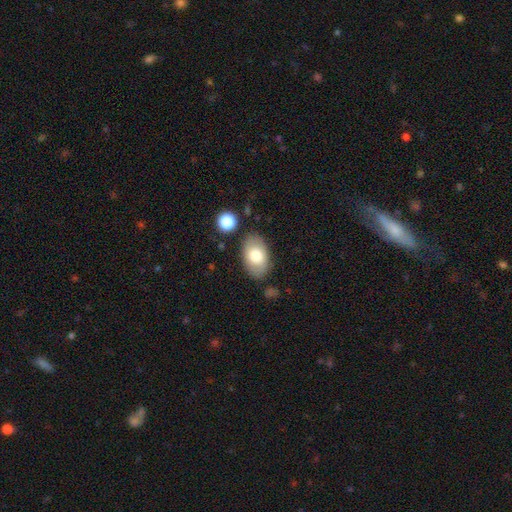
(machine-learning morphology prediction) Smooth or featured? Predicted: smooth (p=0.74). How rounded? Predicted: in between (p=0.91). Merging? Predicted: none (p=0.81).